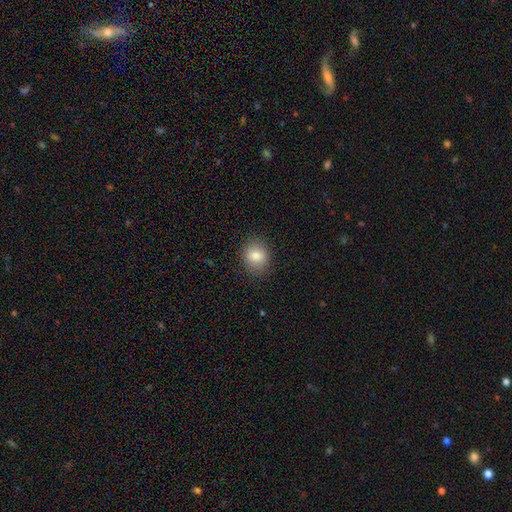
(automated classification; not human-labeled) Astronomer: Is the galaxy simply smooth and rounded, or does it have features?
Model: smooth — 83%.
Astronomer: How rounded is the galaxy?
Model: round — 64%.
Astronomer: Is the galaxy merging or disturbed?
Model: none — 87%.